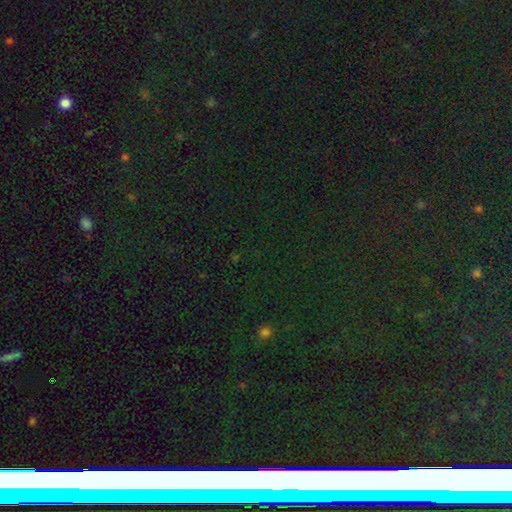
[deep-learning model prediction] This is clearly a star or artifact rather than a galaxy (82%).